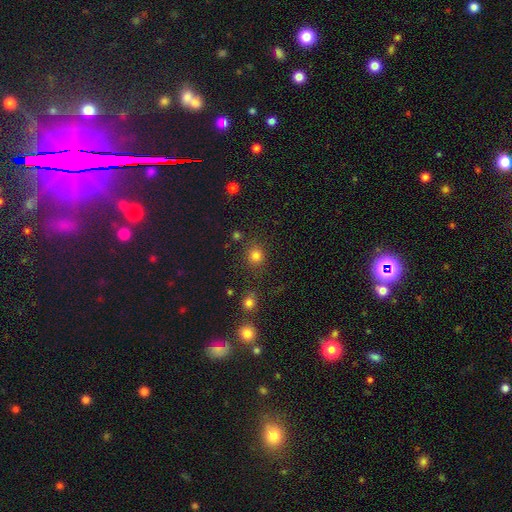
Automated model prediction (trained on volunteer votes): Smooth or featured? smooth (78%)
How rounded? round (86%)
Merging? none (80%)